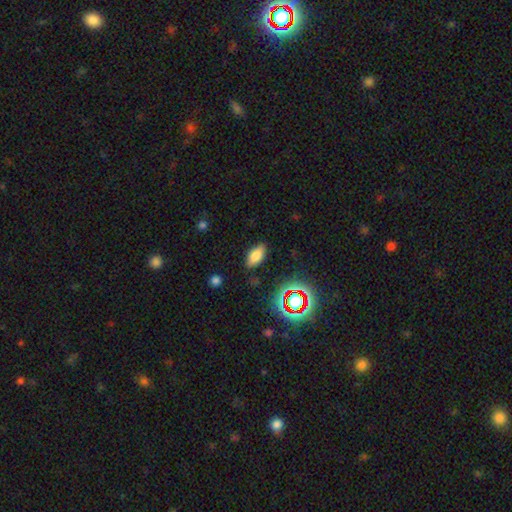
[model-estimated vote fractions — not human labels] Morphology: type=smooth (74%); roundness=in between (87%); merging=none (84%).